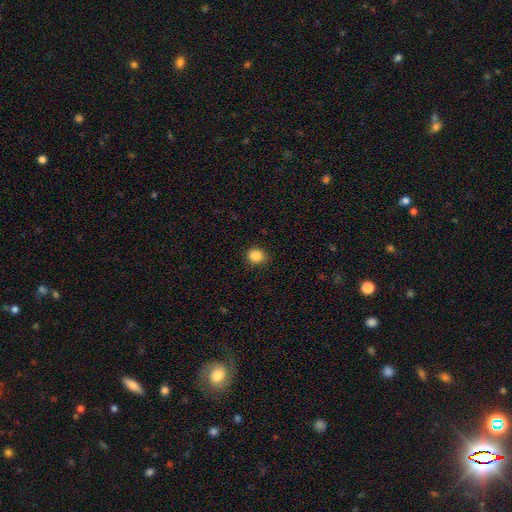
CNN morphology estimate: smooth 87%, star or artifact 10%, featured or disk 3%. Down the decision tree: how rounded — round (76%); merging — none (88%).